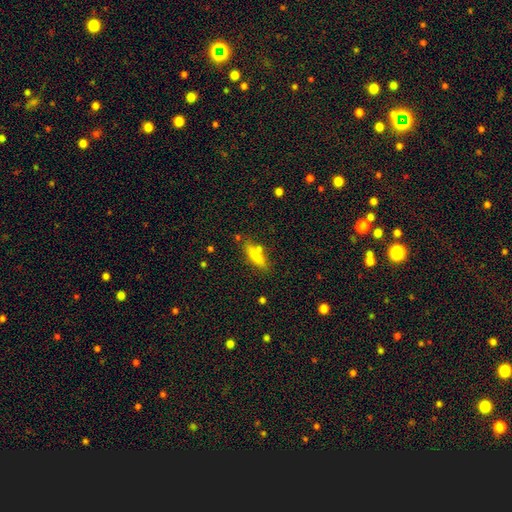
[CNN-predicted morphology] Q: Smooth or featured?
A: smooth (69%); runner-up: featured or disk (23%)
Q: How rounded?
A: cigar-shaped (54%); runner-up: in between (43%)
Q: Merging?
A: none (73%); runner-up: minor disturbance (14%)